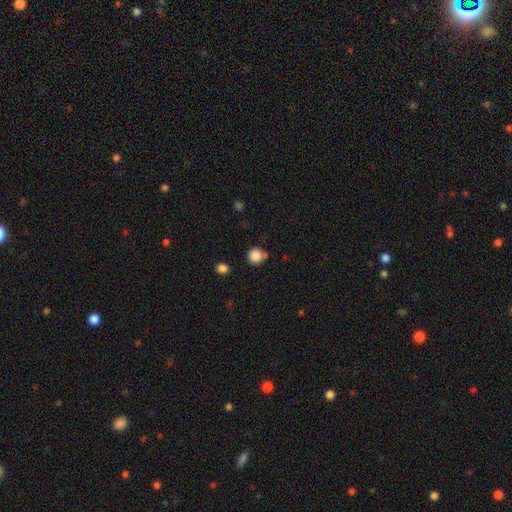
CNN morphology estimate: Q: Smooth or featured?
A: smooth (87%); runner-up: star or artifact (10%)
Q: How rounded?
A: round (91%); runner-up: in between (8%)
Q: Merging?
A: none (73%); runner-up: minor disturbance (14%)